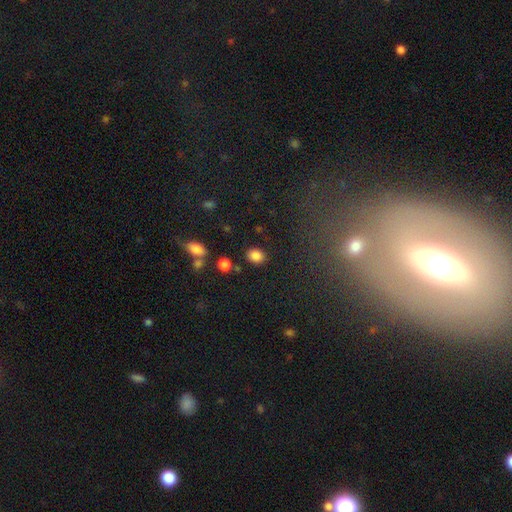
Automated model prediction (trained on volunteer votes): smooth 85%, star or artifact 10%, featured or disk 5%. Down the decision tree: how rounded — in between (50%); merging — none (82%).